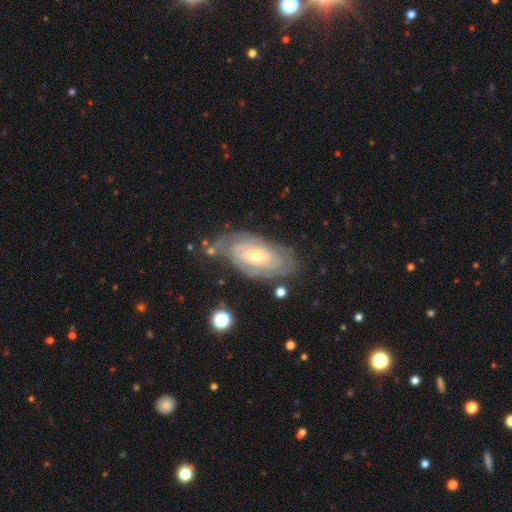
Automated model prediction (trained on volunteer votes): Q: Smooth or featured?
A: featured or disk (78%); runner-up: smooth (15%)
Q: Edge-on disk?
A: no (93%); runner-up: yes (7%)
Q: Bar?
A: no (56%); runner-up: weak (35%)
Q: Spiral arms?
A: yes (89%); runner-up: no (11%)
Q: Spiral winding?
A: tight (74%); runner-up: medium (20%)
Q: Spiral arm count?
A: can't tell (54%); runner-up: 2 (22%)
Q: Bulge size?
A: moderate (48%); runner-up: small (47%)
Q: Merging?
A: none (65%); runner-up: minor disturbance (22%)